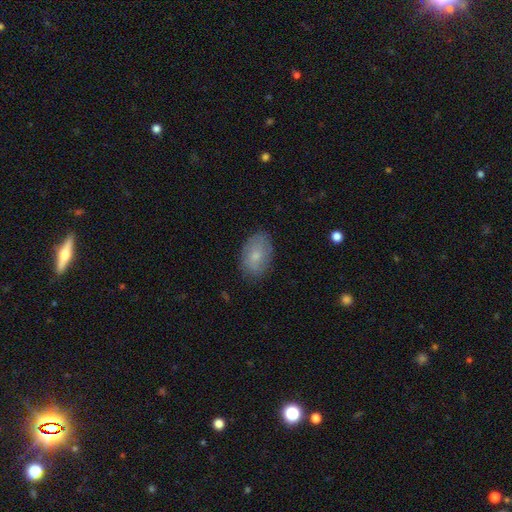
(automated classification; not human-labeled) Overall: smooth (71%). How rounded: in between (90%). Merging: none (80%).